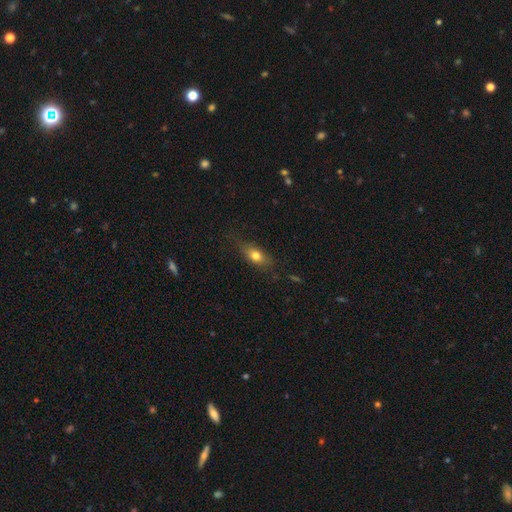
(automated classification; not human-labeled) Morphology: type=smooth (74%); roundness=in between (74%); merging=none (71%).